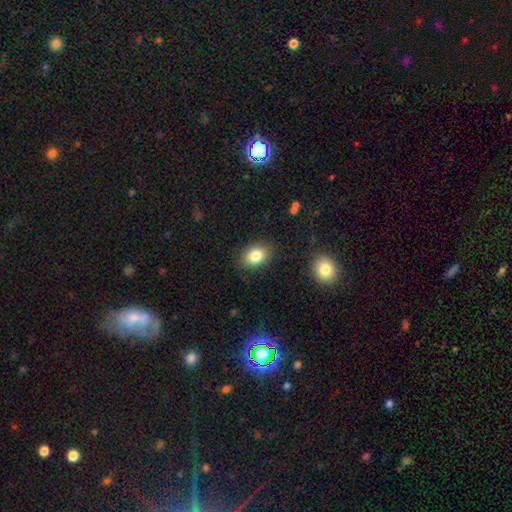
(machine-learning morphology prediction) Overall: smooth (83%). How rounded: in between (80%). Merging: none (86%).